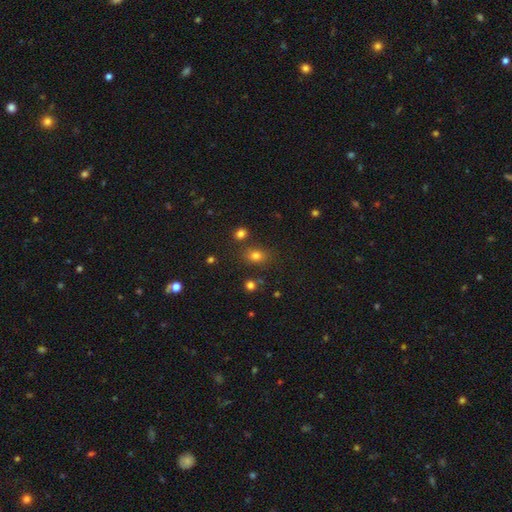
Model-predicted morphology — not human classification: Smooth or featured?
  - smooth: 76% *
  - star or artifact: 17%
  - featured or disk: 7%
How rounded?
  - in between: 51% *
  - round: 48%
  - cigar-shaped: 1%
Merging?
  - none: 74% *
  - minor disturbance: 13%
  - merger: 9%
  - major disturbance: 4%